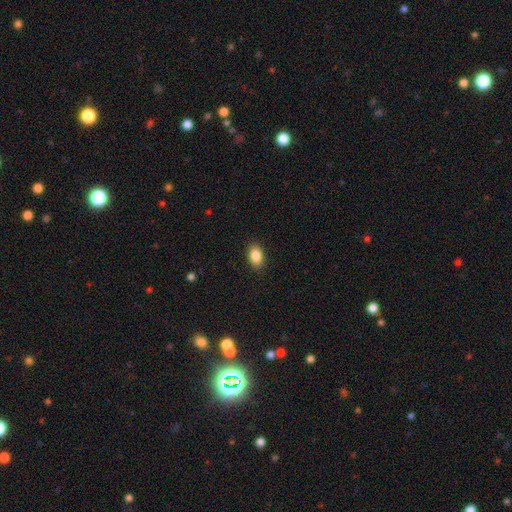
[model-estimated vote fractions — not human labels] smooth-or-featured: smooth: 87% | star or artifact: 8% | featured or disk: 5%
  how-rounded: in between: 88% | round: 10% | cigar-shaped: 2%
  merging: none: 89% | minor disturbance: 8% | major disturbance: 2% | merger: 1%